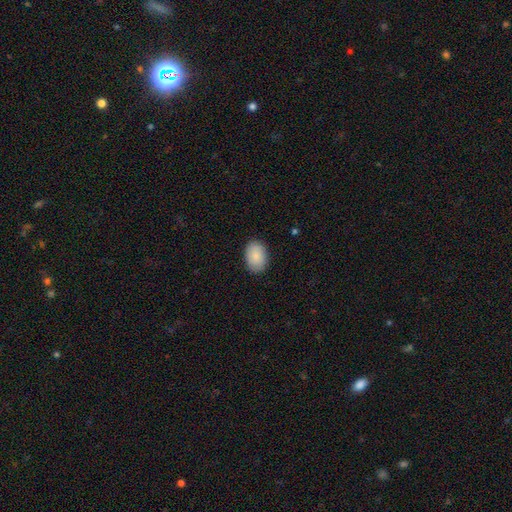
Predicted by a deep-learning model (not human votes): Smooth or featured? Predicted: smooth (p=0.89). How rounded? Predicted: in between (p=0.84). Merging? Predicted: none (p=0.88).